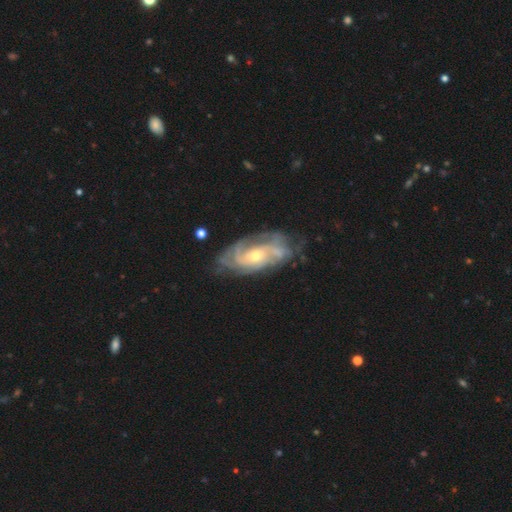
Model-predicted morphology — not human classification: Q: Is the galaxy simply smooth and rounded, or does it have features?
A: featured or disk — 87%.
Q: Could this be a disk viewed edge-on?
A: no — 94%.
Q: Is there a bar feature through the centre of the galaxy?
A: no — 66%.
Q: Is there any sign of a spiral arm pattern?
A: yes — 96%.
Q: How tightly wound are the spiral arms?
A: tight — 61%.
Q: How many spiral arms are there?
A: can't tell — 31%.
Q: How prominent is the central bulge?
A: small — 51%.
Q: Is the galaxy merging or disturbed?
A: none — 67%.